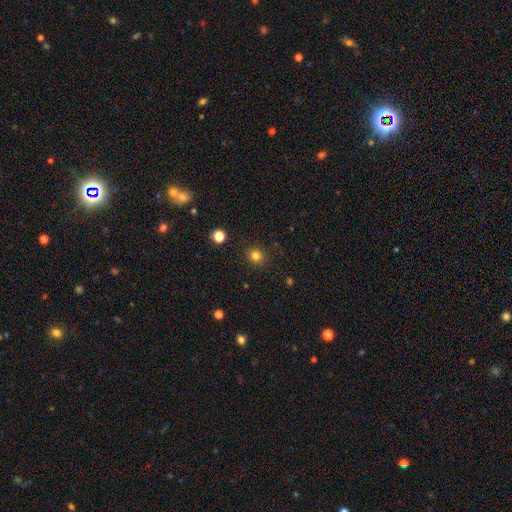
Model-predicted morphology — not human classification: Smooth or featured: smooth — 81% (star or artifact — 14%)
How rounded: round — 89% (in between — 10%)
Merging: none — 89% (minor disturbance — 7%)